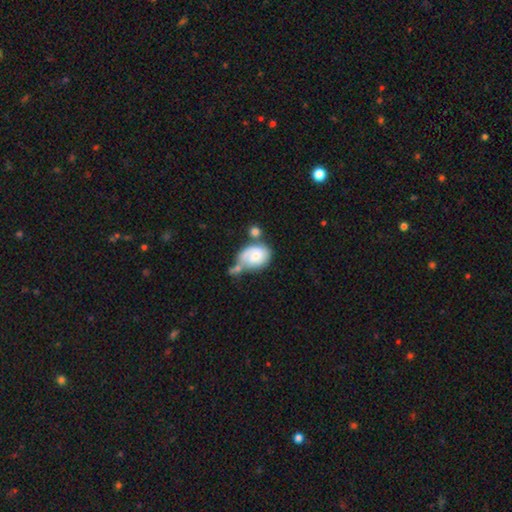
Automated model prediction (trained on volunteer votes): smooth 51%, featured or disk 42%, star or artifact 7%. Down the decision tree: how rounded — in between (66%); merging — merger (33%).